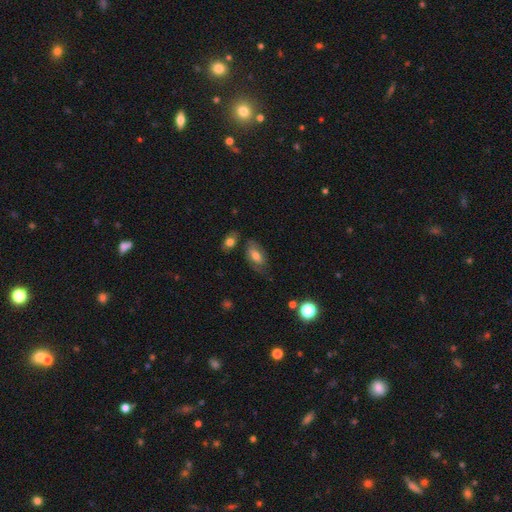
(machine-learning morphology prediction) A smooth galaxy with no disk features (55%) that is in between round and cigar-shaped (88%). Merging: none (61%).